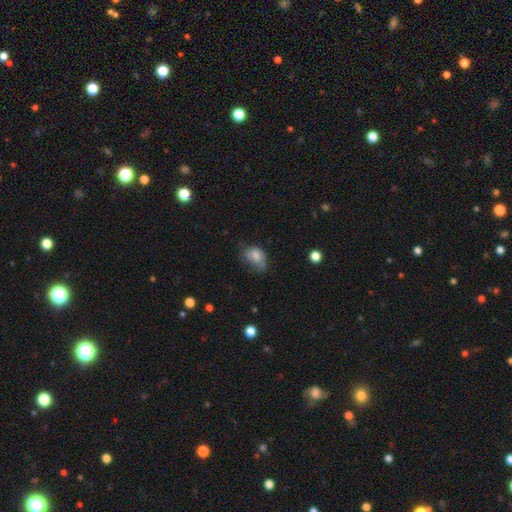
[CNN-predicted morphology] This is likely a smooth galaxy (67%). How rounded: likely in between (72%). Merging: marginally none (35%).